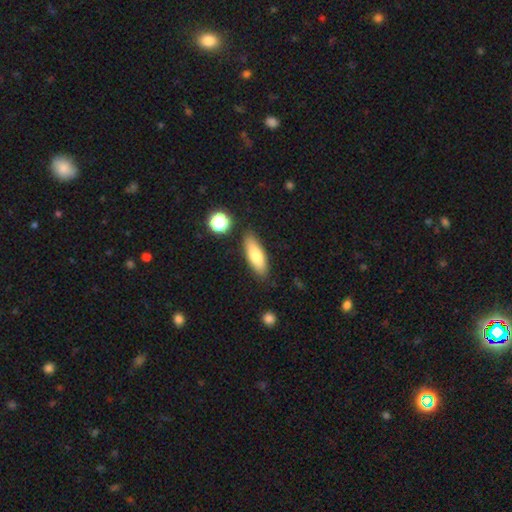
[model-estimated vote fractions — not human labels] Smooth or featured? Predicted: smooth (p=0.77). How rounded? Predicted: in between (p=0.59). Merging? Predicted: none (p=0.84).